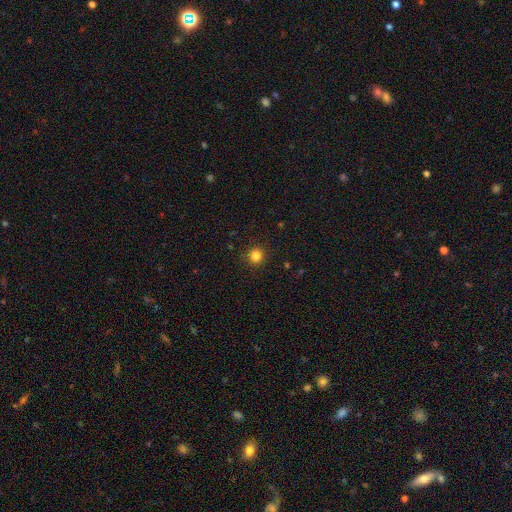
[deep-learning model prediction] This is clearly a smooth galaxy (83%). How rounded: clearly round (95%). Merging: clearly none (92%).